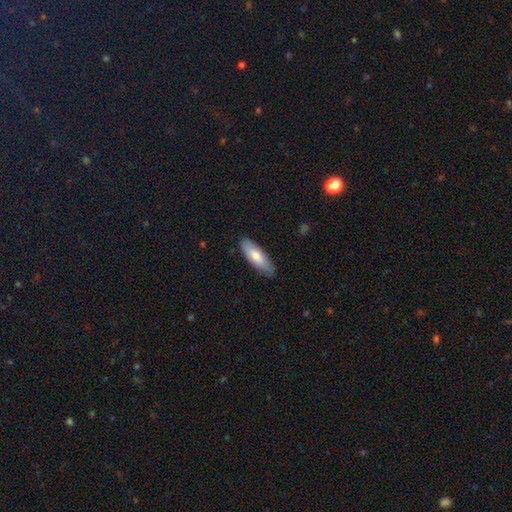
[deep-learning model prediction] smooth-or-featured: smooth: 75% | featured or disk: 20% | star or artifact: 5%
  how-rounded: in between: 65% | cigar-shaped: 34% | round: 2%
  merging: none: 84% | minor disturbance: 13% | major disturbance: 2% | merger: 1%